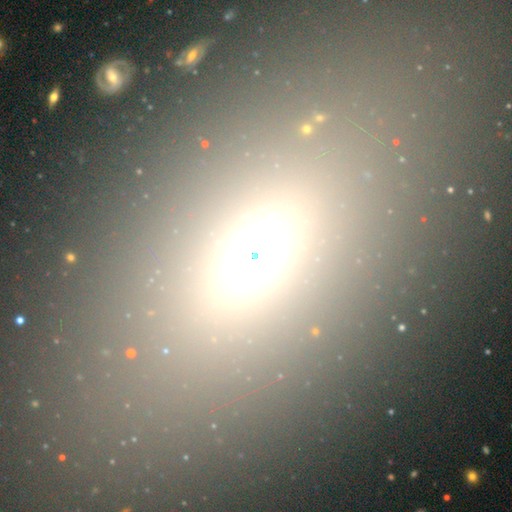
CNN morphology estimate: This appears to be a smooth galaxy with no disk features (60%) that is in between round and cigar-shaped (83%). Merging: none (80%).